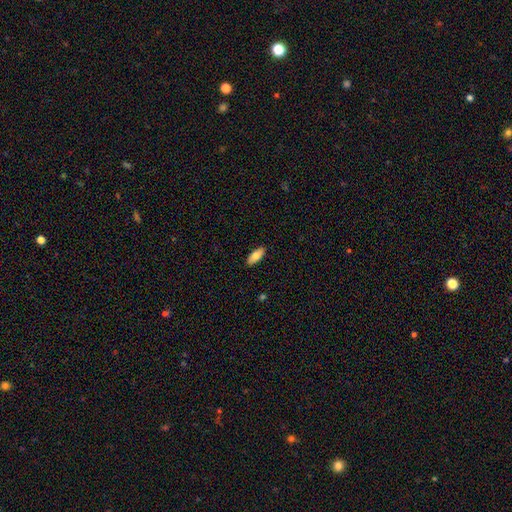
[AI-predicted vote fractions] smooth 80%, featured or disk 14%, star or artifact 6%. Down the decision tree: how rounded — in between (85%); merging — none (89%).